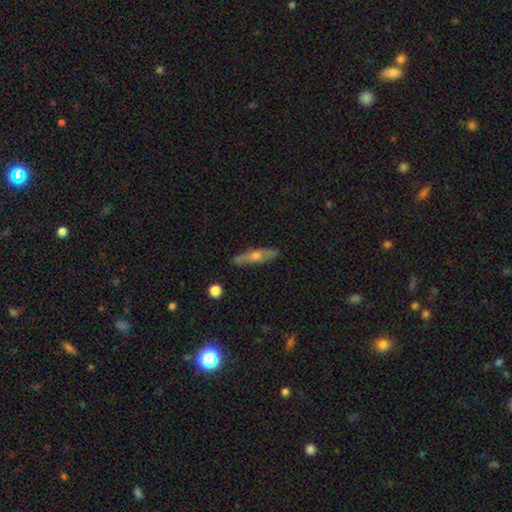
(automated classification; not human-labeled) Overall: featured or disk (57%; smooth 34%). Edge-on disk: yes (77%). Merging: none (86%).